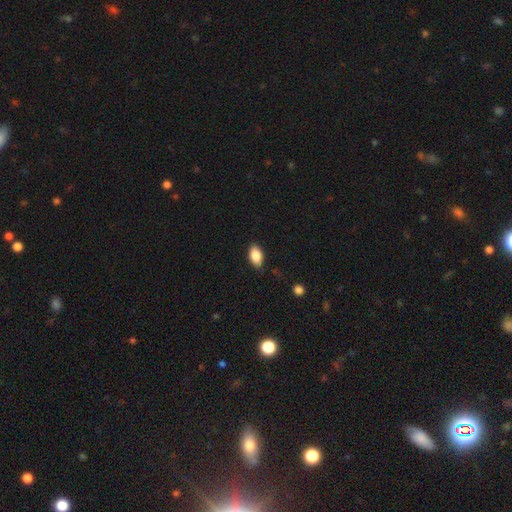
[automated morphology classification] A smooth galaxy with no disk features (85%) that is in between round and cigar-shaped (91%). Merging: none (84%).